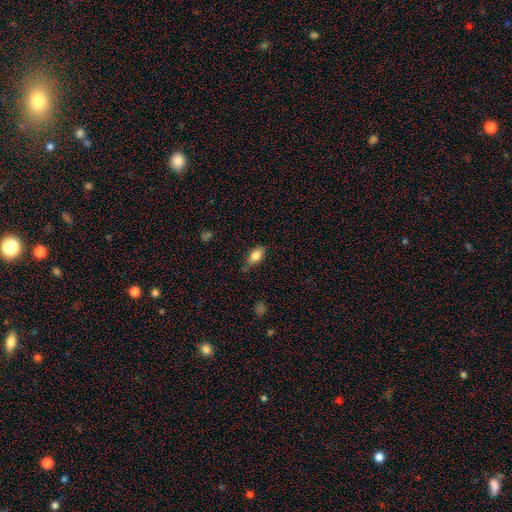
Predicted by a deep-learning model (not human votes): This is clearly a smooth galaxy (82%). How rounded: clearly in between (86%). Merging: likely none (71%).